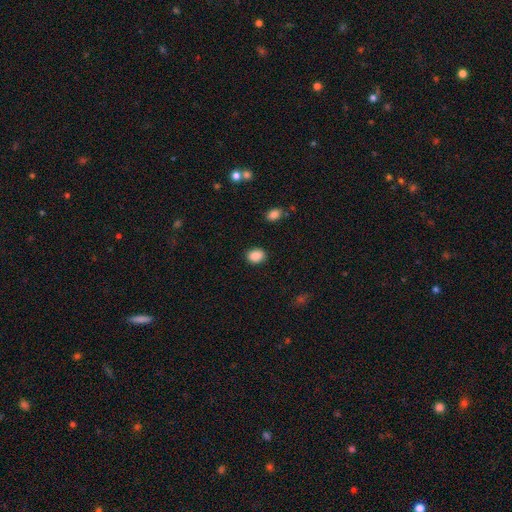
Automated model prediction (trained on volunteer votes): smooth 89%, star or artifact 9%, featured or disk 3%. Down the decision tree: how rounded — in between (54%); merging — none (87%).